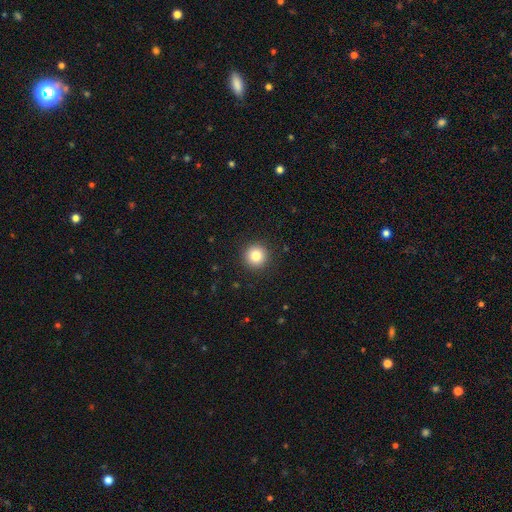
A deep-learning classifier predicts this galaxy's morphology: This is clearly a smooth galaxy (82%). How rounded: clearly round (96%). Merging: clearly none (92%).